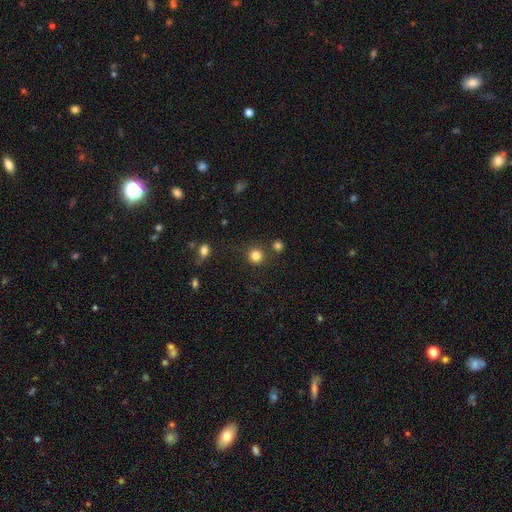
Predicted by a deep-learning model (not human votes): smooth_or_featured: smooth (p=0.82) [alt: star or artifact p=0.13]
how_rounded: round (p=0.93) [alt: in between p=0.06]
merging: none (p=0.84) [alt: minor disturbance p=0.07]